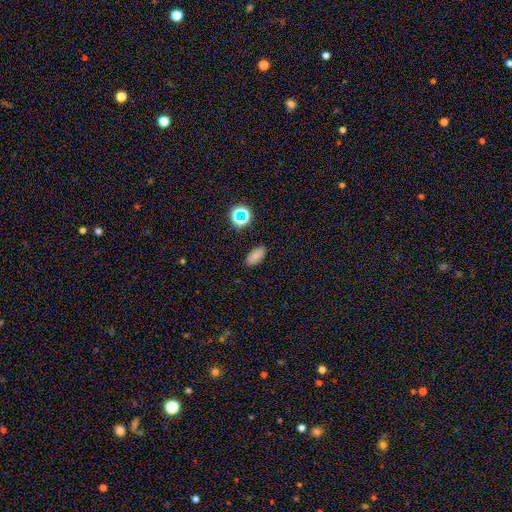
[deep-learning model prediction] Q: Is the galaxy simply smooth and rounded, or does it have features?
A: smooth — 79%.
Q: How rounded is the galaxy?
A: in between — 88%.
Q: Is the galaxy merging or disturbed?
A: none — 87%.